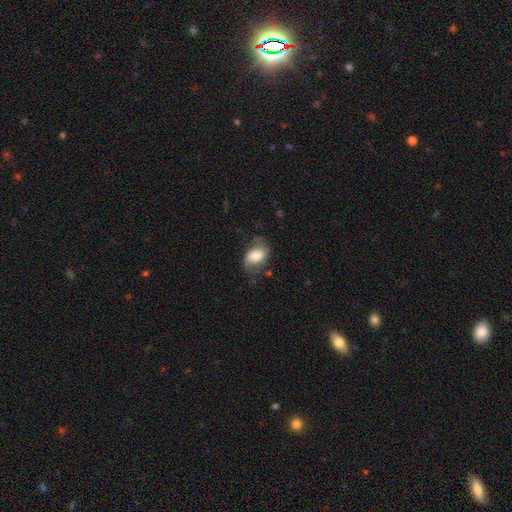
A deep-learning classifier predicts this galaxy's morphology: A smooth galaxy with no disk features (48%). Merging: none (59%).